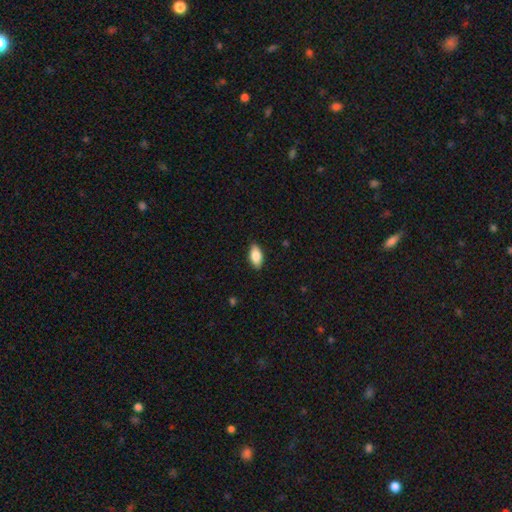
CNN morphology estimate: smooth_or_featured: smooth (p=0.84) [alt: featured or disk p=0.10]
how_rounded: in between (p=0.90) [alt: cigar-shaped p=0.07]
merging: none (p=0.88) [alt: minor disturbance p=0.10]